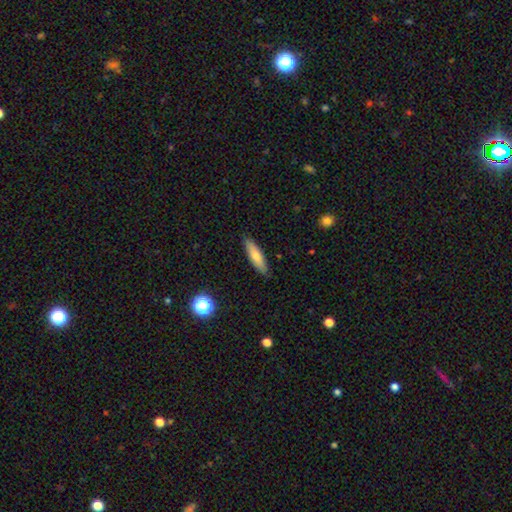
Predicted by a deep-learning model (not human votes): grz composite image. It shows a smooth galaxy with no disk features (67%) that is cigar-shaped (68%). Merging: none (88%).